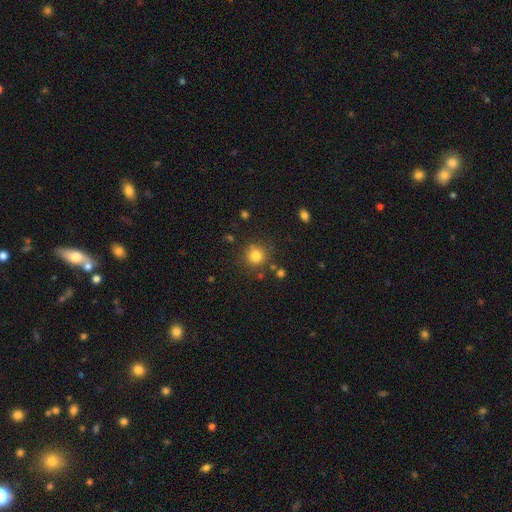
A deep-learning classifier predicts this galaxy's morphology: smooth-or-featured: smooth: 80% | star or artifact: 13% | featured or disk: 7%
  how-rounded: round: 92% | in between: 7% | cigar-shaped: 1%
  merging: none: 82% | minor disturbance: 10% | merger: 5% | major disturbance: 4%